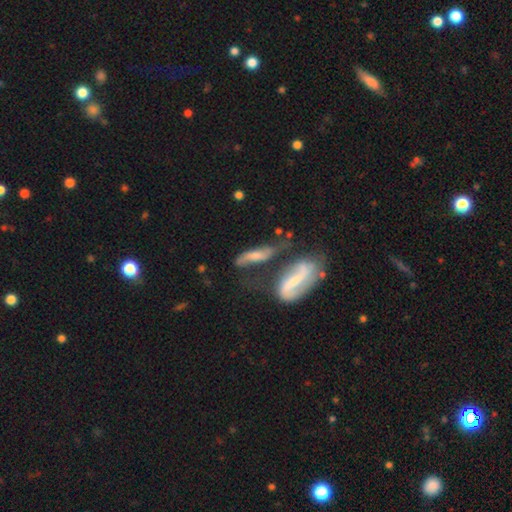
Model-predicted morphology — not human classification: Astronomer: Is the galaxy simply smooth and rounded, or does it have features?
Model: featured or disk — 63%.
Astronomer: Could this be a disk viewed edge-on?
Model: no — 69%.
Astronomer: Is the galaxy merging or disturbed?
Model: merger — 36%, tied with none at 36%.